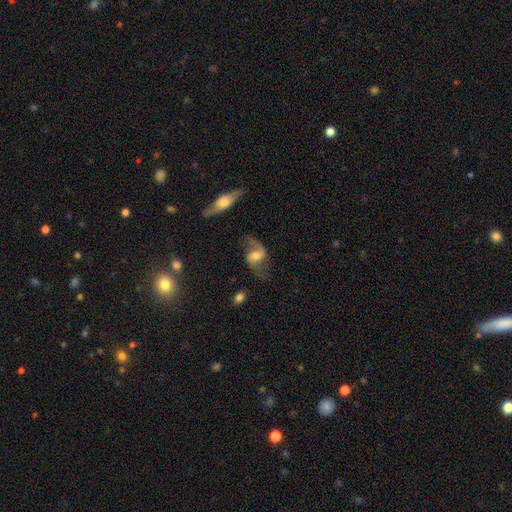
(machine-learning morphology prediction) The model was most divided on "bar": no: 48%, weak: 40%, strong: 13%. More confident: edge-on disk — no (95%); spiral arms — yes (92%); spiral arm count — 2 (88%); smooth or featured — featured or disk (79%); spiral winding — loose (70%); merging — none (62%); bulge size — moderate (59%).